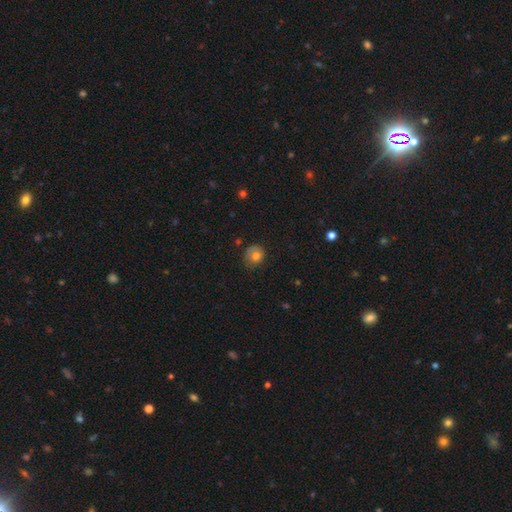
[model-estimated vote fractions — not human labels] Q: Smooth or featured?
A: smooth (70%); runner-up: featured or disk (21%)
Q: How rounded?
A: round (77%); runner-up: in between (22%)
Q: Merging?
A: none (60%); runner-up: minor disturbance (26%)